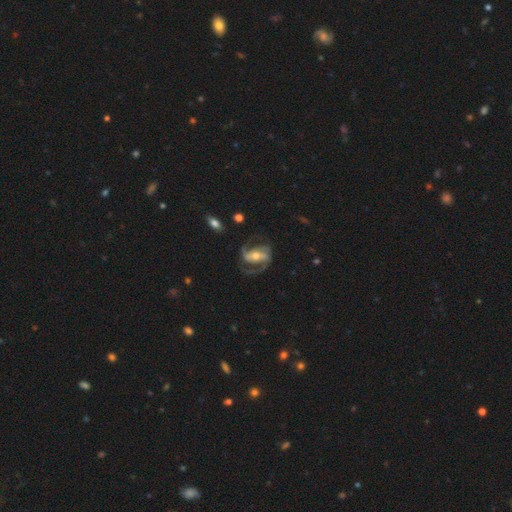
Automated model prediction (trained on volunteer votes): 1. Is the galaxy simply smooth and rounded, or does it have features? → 85% featured or disk, 9% smooth, 5% star or artifact.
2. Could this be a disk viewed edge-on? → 96% no, 4% yes.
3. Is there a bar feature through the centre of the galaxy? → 51% strong, 29% weak, 20% no.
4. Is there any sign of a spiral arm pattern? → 94% yes, 6% no.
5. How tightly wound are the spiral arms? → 51% medium, 29% loose, 20% tight.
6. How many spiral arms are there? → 84% 2, 5% 1, 5% can't tell, 4% 3, 1% 4, 1% more than 4.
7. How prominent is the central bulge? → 57% moderate, 36% small, 5% large, 1% none, 1% dominant.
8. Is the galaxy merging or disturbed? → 63% none, 18% major disturbance, 16% minor disturbance, 2% merger.